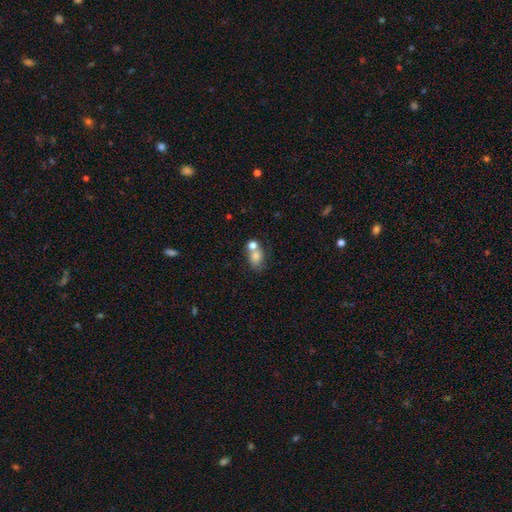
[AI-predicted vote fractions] This appears to be a smooth galaxy with no disk features (75%) that is in between round and cigar-shaped (63%). Merging: merger (42%).